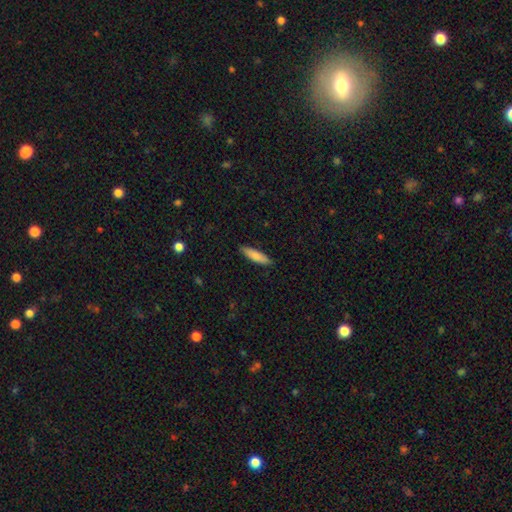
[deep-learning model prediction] Smooth or featured? smooth (81%)
How rounded? cigar-shaped (70%)
Merging? none (88%)